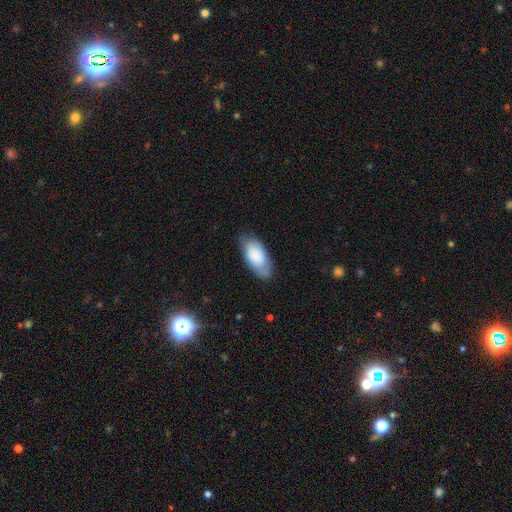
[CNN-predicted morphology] smooth 80%, featured or disk 14%, star or artifact 6%. Down the decision tree: how rounded — in between (92%); merging — none (74%).